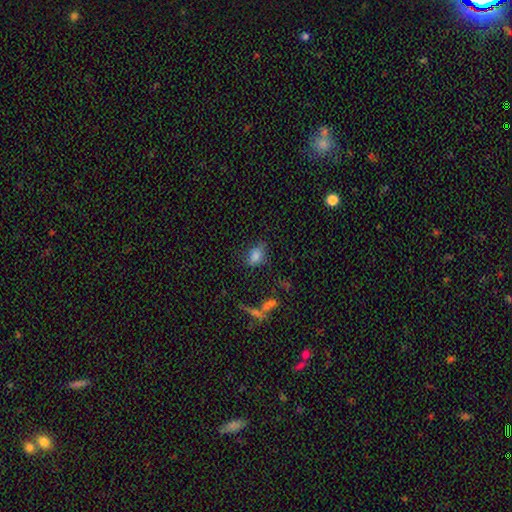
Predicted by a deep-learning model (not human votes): Smooth or featured: smooth — 77% (star or artifact — 14%)
How rounded: in between — 75% (round — 22%)
Merging: none — 61% (minor disturbance — 24%)